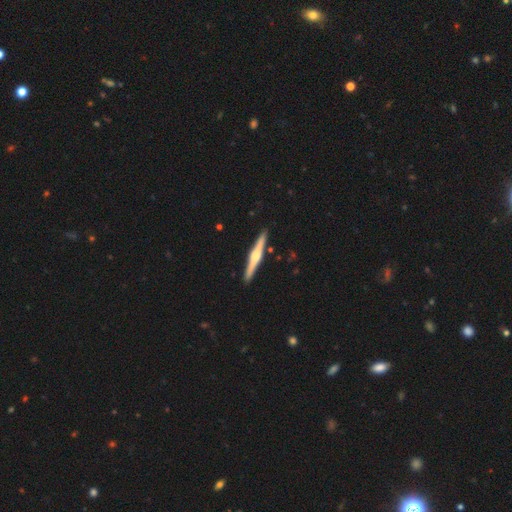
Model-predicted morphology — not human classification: smooth_or_featured: featured or disk (p=0.72) [alt: smooth p=0.23]
disk_edge_on: yes (p=0.98) [alt: no p=0.02]
edge_on_bulge: rounded (p=0.81) [alt: boxy p=0.13]
merging: none (p=0.92) [alt: minor disturbance p=0.06]